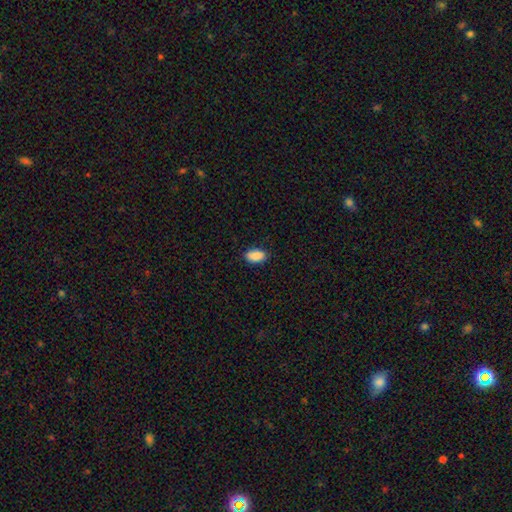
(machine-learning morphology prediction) The model was most divided on "merging": none: 87%, minor disturbance: 10%, major disturbance: 2%, merger: 1%. More confident: how rounded — in between (94%); smooth or featured — smooth (90%).